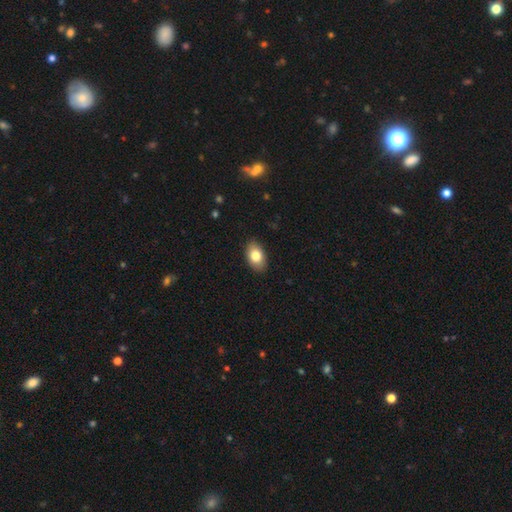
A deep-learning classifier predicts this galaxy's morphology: smooth 81%, featured or disk 11%, star or artifact 7%. Down the decision tree: how rounded — in between (90%); merging — none (88%).